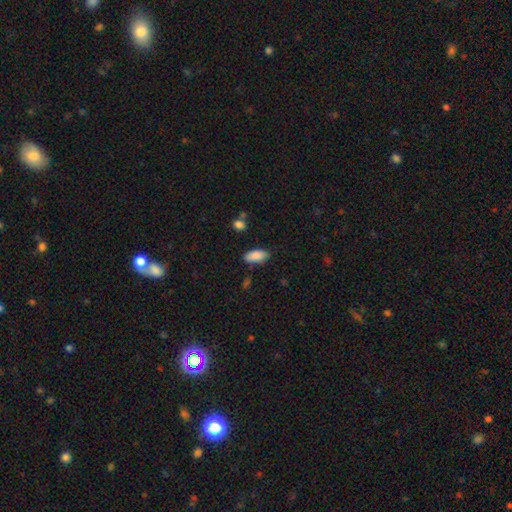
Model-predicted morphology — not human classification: smooth-or-featured: smooth: 88% | star or artifact: 7% | featured or disk: 5%
  how-rounded: in between: 89% | cigar-shaped: 8% | round: 2%
  merging: none: 79% | minor disturbance: 15% | major disturbance: 3% | merger: 3%